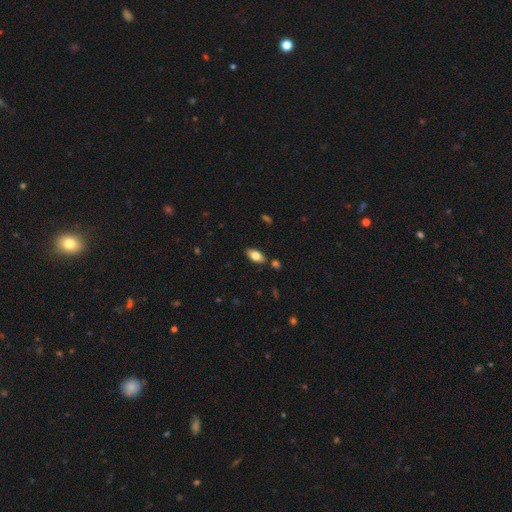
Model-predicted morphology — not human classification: The model was most divided on "smooth or featured": smooth: 77%, featured or disk: 16%, star or artifact: 7%. More confident: how rounded — in between (91%); merging — none (81%).